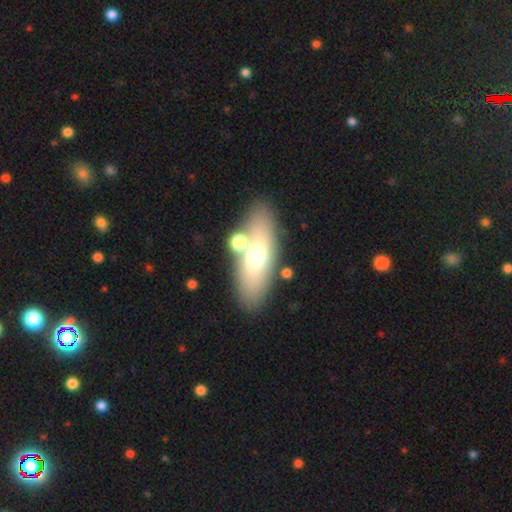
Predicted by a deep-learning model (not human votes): A smooth galaxy with no disk features (59%) that is in between round and cigar-shaped (71%).

Vote fractions:
- Smooth or featured? smooth: 59% / featured or disk: 31% / star or artifact: 10%
- How rounded? in between: 71% / cigar-shaped: 23% / round: 5%
- Merging? none: 72% / merger: 13% / minor disturbance: 10% / major disturbance: 4%